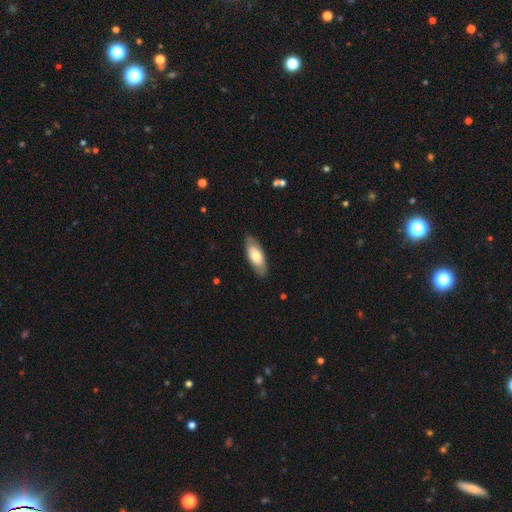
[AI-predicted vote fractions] smooth_or_featured: smooth (p=0.69) [alt: featured or disk p=0.25]
how_rounded: in between (p=0.81) [alt: cigar-shaped p=0.17]
merging: none (p=0.85) [alt: minor disturbance p=0.11]